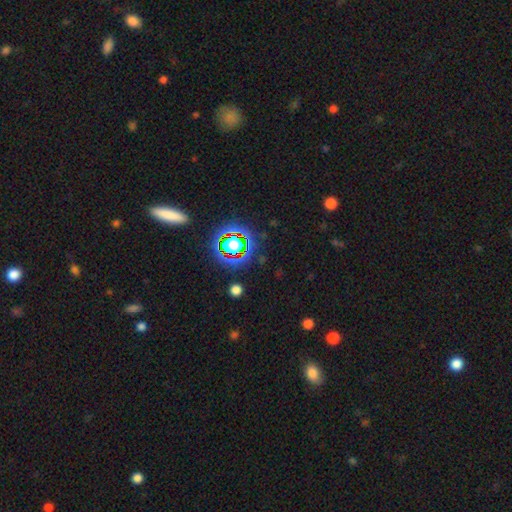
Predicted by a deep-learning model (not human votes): Smooth or featured: star or artifact — 74% (smooth — 16%)